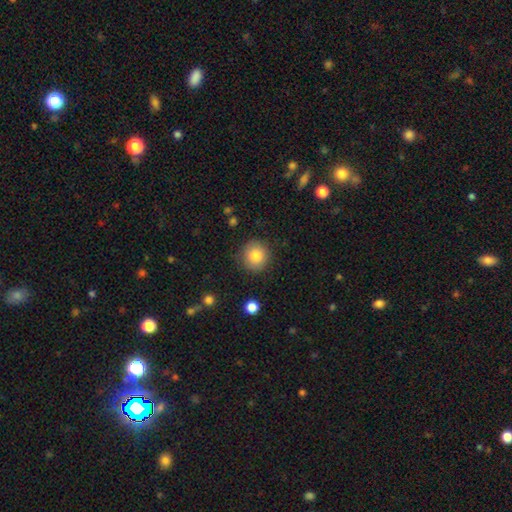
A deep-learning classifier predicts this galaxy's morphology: Smooth or featured? smooth (83%)
How rounded? round (89%)
Merging? none (86%)